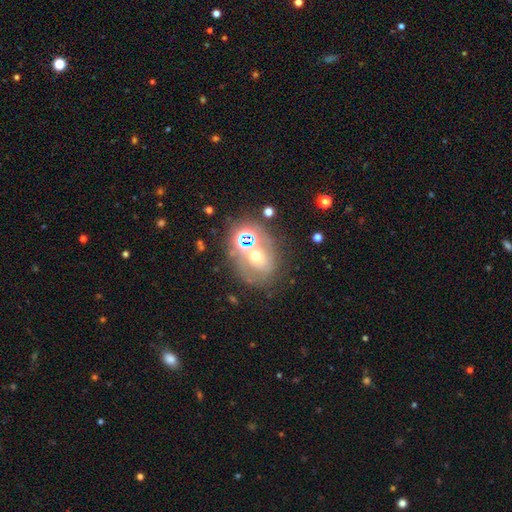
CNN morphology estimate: Smooth or featured: smooth — 39% (featured or disk — 34%)
Merging: none — 53% (merger — 21%)